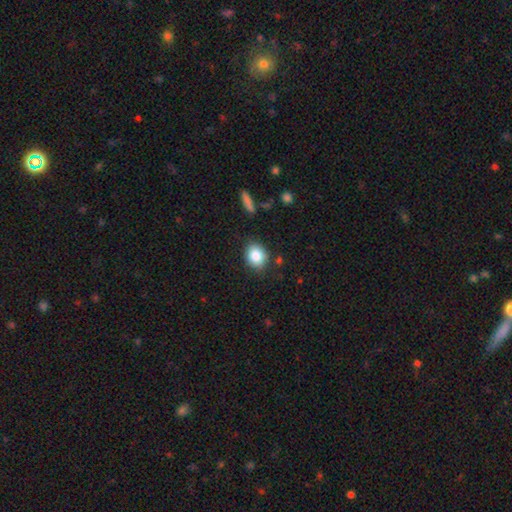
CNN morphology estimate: Smooth or featured?
  - smooth: 85% *
  - star or artifact: 9%
  - featured or disk: 6%
How rounded?
  - round: 57% *
  - in between: 42%
  - cigar-shaped: 1%
Merging?
  - none: 82% *
  - minor disturbance: 12%
  - major disturbance: 3%
  - merger: 3%